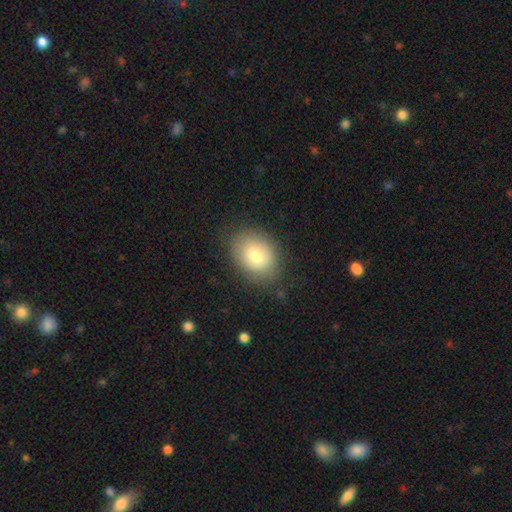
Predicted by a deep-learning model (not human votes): smooth-or-featured: smooth: 78% | featured or disk: 13% | star or artifact: 9%
  how-rounded: in between: 59% | round: 40% | cigar-shaped: 1%
  merging: none: 81% | minor disturbance: 14% | major disturbance: 4% | merger: 1%